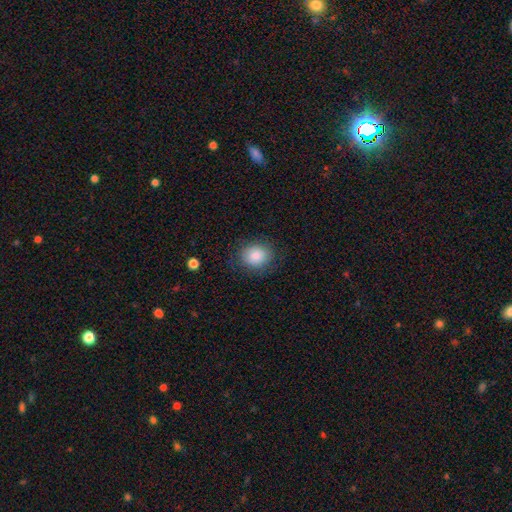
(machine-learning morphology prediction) This appears to be a smooth galaxy with no disk features (85%) that is round (74%). Merging: none (82%).